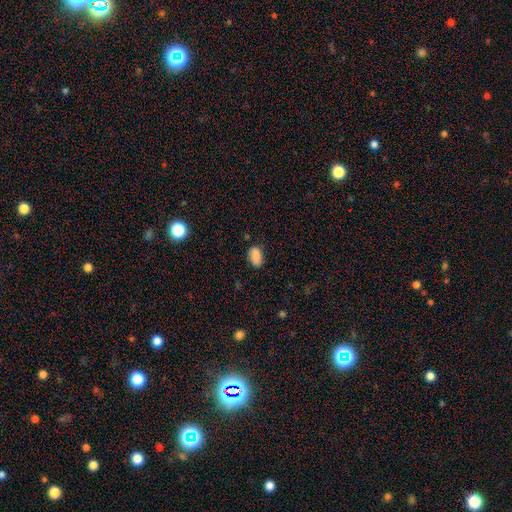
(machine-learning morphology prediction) Smooth or featured? smooth (82%)
How rounded? in between (89%)
Merging? none (73%)